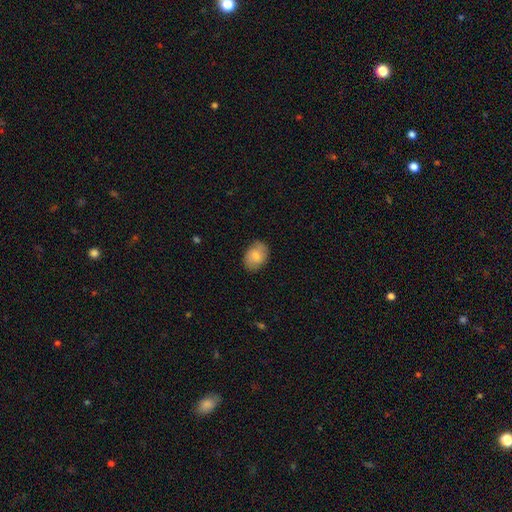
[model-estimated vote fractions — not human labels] Smooth or featured: smooth — 77% (featured or disk — 16%)
How rounded: in between — 74% (round — 25%)
Merging: none — 80% (minor disturbance — 16%)